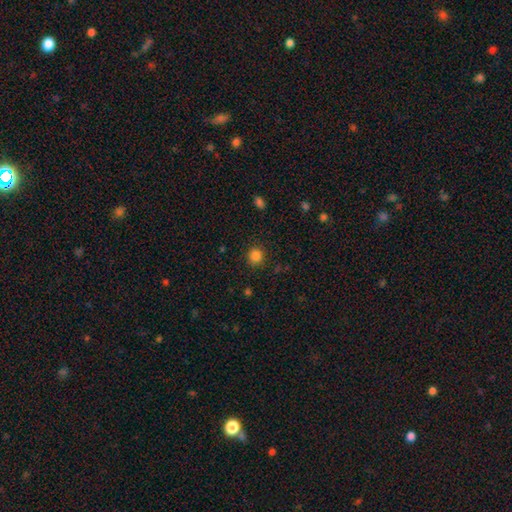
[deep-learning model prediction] smooth 84%, star or artifact 12%, featured or disk 3%. Down the decision tree: how rounded — round (89%); merging — none (89%).